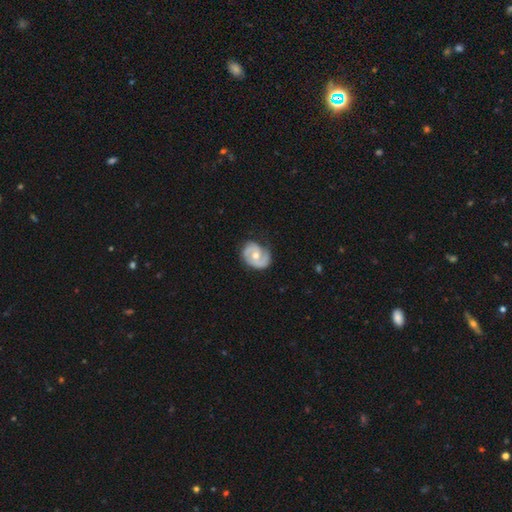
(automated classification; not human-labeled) Smooth or featured? Predicted: featured or disk (p=0.79). Edge-on disk? Predicted: no (p=0.97). Bar? Predicted: no (p=0.64). Spiral arms? Predicted: yes (p=0.93). Spiral winding? Predicted: medium (p=0.42). Spiral arm count? Predicted: 2 (p=0.76). Bulge size? Predicted: moderate (p=0.70). Merging? Predicted: none (p=0.68).